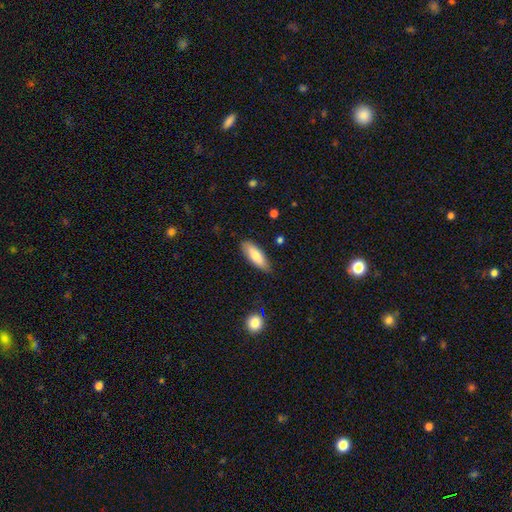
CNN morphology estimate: A smooth galaxy with no disk features (78%) that is in between round and cigar-shaped (63%). Merging: none (82%).